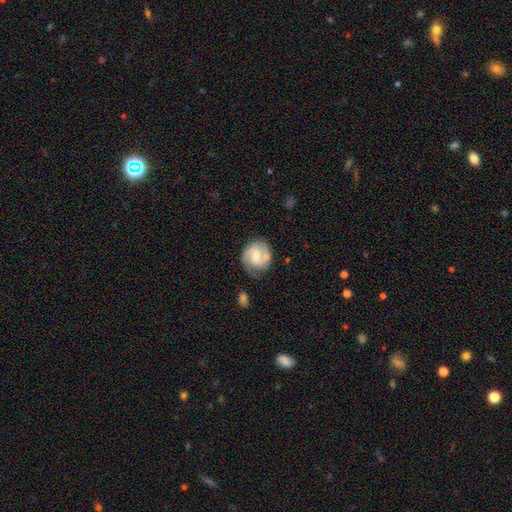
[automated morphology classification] smooth_or_featured: featured or disk (p=0.69) [alt: smooth p=0.25]
disk_edge_on: no (p=0.98) [alt: yes p=0.02]
bar: weak (p=0.51) [alt: no p=0.34]
has_spiral_arms: yes (p=0.91) [alt: no p=0.09]
spiral_winding: medium (p=0.48) [alt: tight p=0.34]
spiral_arm_count: 2 (p=0.80) [alt: can't tell p=0.09]
bulge_size: moderate (p=0.41) [alt: small p=0.35]
merging: none (p=0.61) [alt: minor disturbance p=0.21]